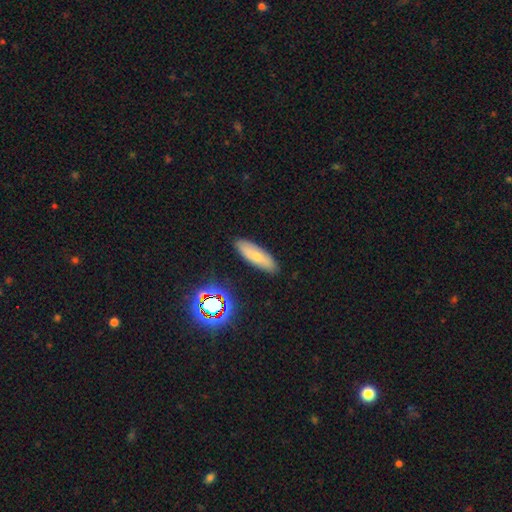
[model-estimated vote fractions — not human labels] smooth-or-featured: smooth: 67% | featured or disk: 23% | star or artifact: 10%
  how-rounded: in between: 51% | cigar-shaped: 47% | round: 2%
  merging: none: 87% | minor disturbance: 9% | major disturbance: 2% | merger: 2%